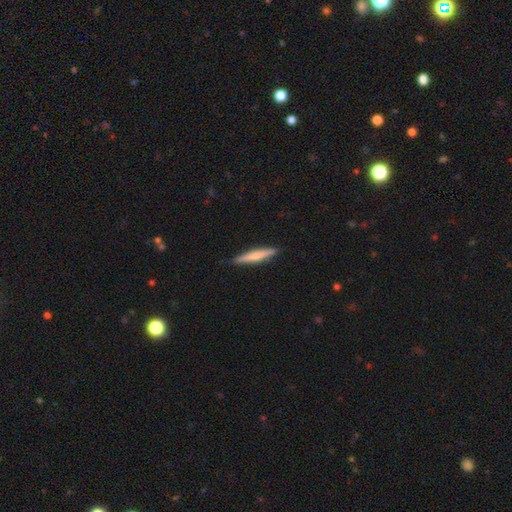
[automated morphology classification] Smooth or featured? Predicted: smooth (p=0.60). How rounded? Predicted: cigar-shaped (p=0.93). Merging? Predicted: none (p=0.87).